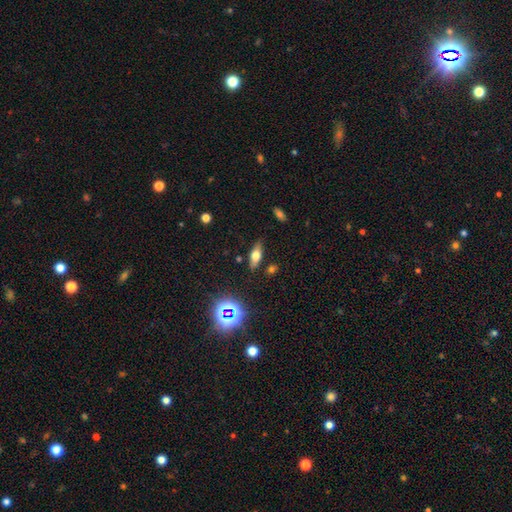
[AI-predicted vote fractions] Smooth or featured? smooth (54%)
How rounded? in between (68%)
Merging? none (82%)